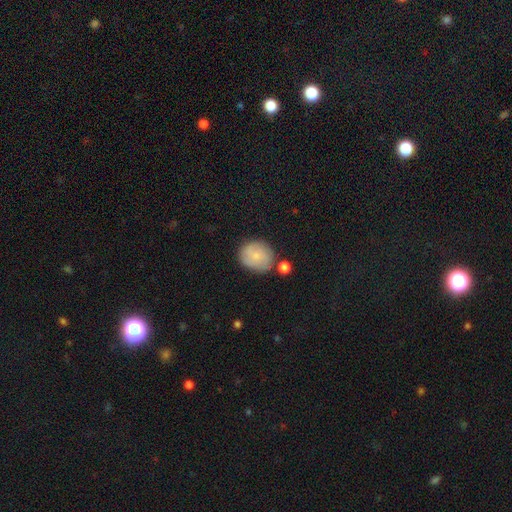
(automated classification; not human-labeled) Morphology: type=smooth (70%); roundness=round (70%); merging=none (71%).